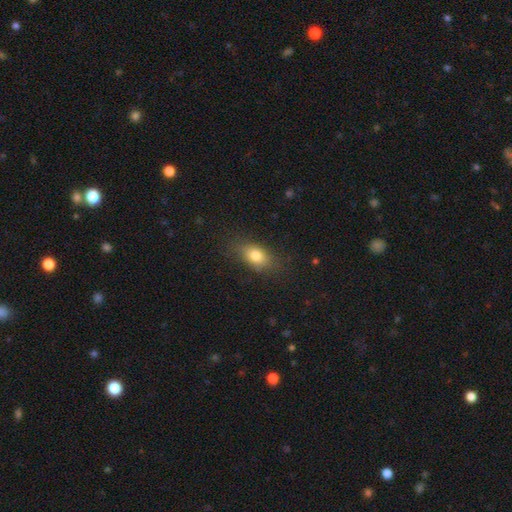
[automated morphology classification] smooth-or-featured: smooth: 80% | featured or disk: 10% | star or artifact: 10%
  how-rounded: in between: 80% | round: 15% | cigar-shaped: 5%
  merging: none: 79% | minor disturbance: 15% | major disturbance: 5% | merger: 1%